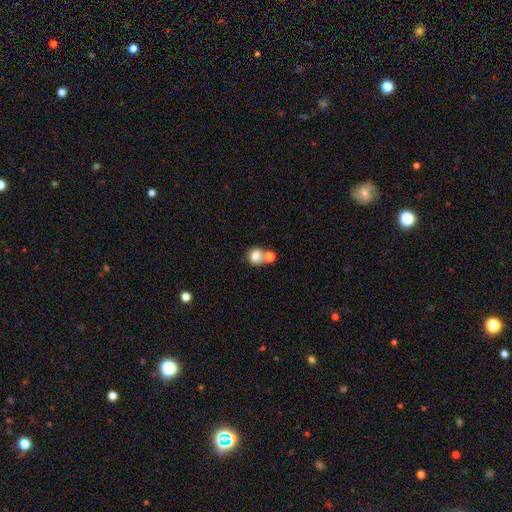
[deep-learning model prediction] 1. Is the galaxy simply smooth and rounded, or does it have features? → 79% smooth, 11% featured or disk, 10% star or artifact.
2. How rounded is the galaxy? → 74% round, 25% in between, 1% cigar-shaped.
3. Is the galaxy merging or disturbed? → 46% none, 39% merger, 11% minor disturbance, 4% major disturbance.